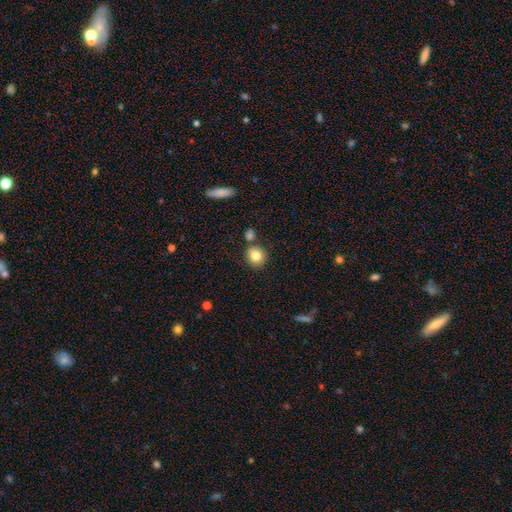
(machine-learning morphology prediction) The model was most divided on "merging": none: 75%, merger: 12%, minor disturbance: 10%, major disturbance: 3%. More confident: how rounded — round (88%); smooth or featured — smooth (81%).